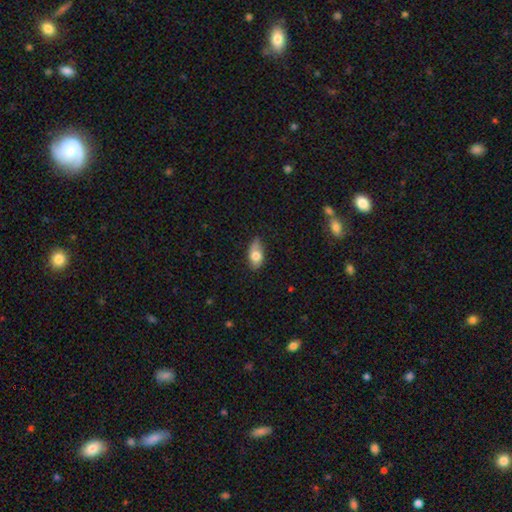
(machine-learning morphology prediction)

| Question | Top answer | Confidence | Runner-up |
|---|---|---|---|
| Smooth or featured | smooth | 72% | featured or disk (21%) |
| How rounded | in between | 88% | round (6%) |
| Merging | none | 65% | minor disturbance (28%) |